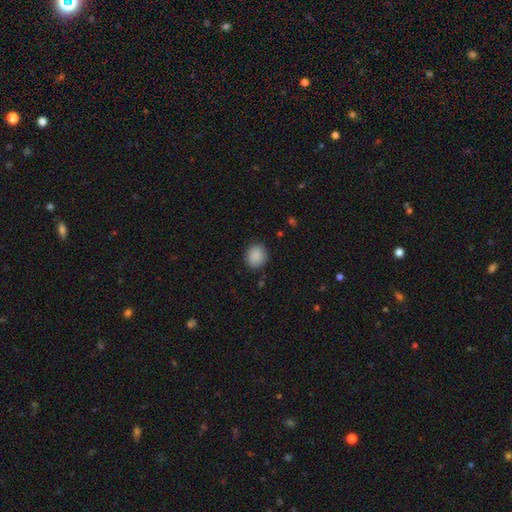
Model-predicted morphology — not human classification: A smooth galaxy with no disk features (89%) that is round (78%).

Vote fractions:
- Smooth or featured? smooth: 89% / star or artifact: 8% / featured or disk: 3%
- How rounded? round: 78% / in between: 21% / cigar-shaped: 1%
- Merging? none: 88% / minor disturbance: 9% / major disturbance: 3% / merger: 1%